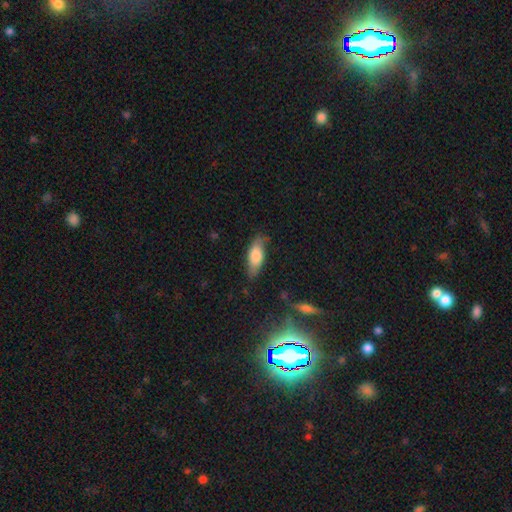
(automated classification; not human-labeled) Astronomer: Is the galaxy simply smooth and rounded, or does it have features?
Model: smooth — 74%.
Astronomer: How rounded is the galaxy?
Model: in between — 72%.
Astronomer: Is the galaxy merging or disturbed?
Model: none — 68%.